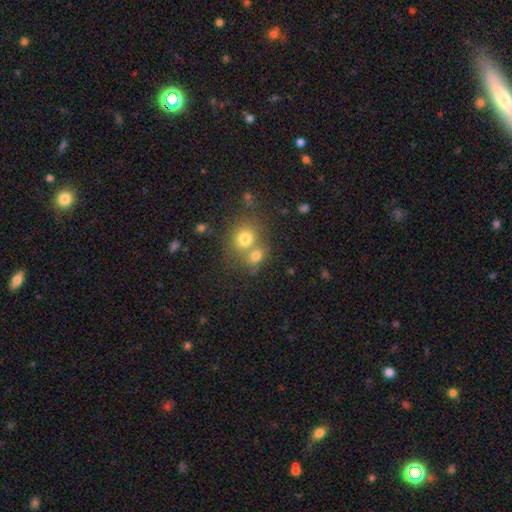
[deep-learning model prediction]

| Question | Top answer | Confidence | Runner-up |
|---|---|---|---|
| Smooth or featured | smooth | 74% | star or artifact (13%) |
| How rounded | round | 65% | in between (33%) |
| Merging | merger | 53% | none (36%) |